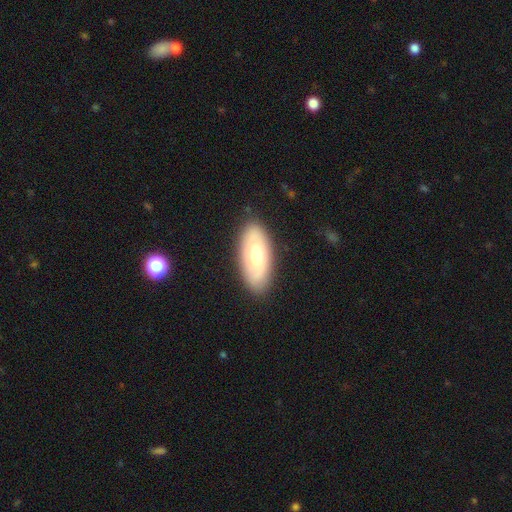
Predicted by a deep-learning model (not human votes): A smooth galaxy with no disk features (64%) that is in between round and cigar-shaped (87%).

Vote fractions:
- Smooth or featured? smooth: 64% / featured or disk: 30% / star or artifact: 6%
- How rounded? in between: 87% / cigar-shaped: 10% / round: 2%
- Merging? none: 86% / minor disturbance: 10% / major disturbance: 2% / merger: 1%